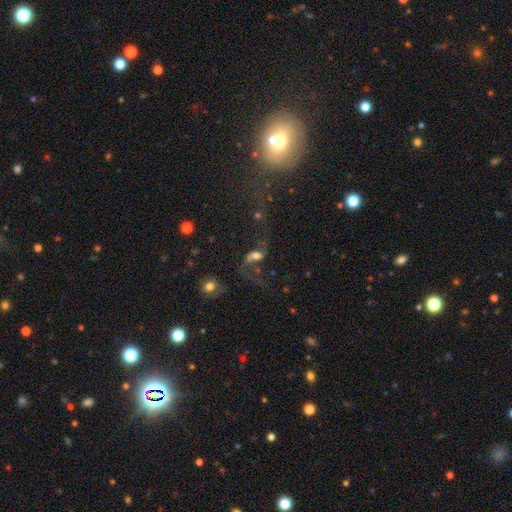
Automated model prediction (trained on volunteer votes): Morphology: type=featured or disk (61%); edge-on=no (93%); bar=no (48%); spiral arms=yes (82%); bulge=moderate (41%); merging=none (44%).